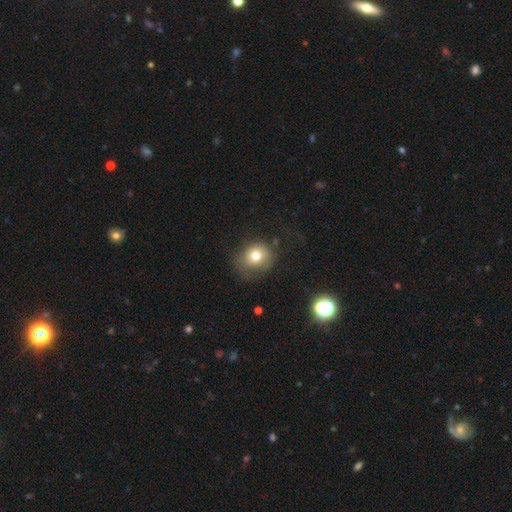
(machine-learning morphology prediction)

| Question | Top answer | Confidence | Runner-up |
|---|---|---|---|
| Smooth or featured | smooth | 74% | featured or disk (15%) |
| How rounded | round | 77% | in between (22%) |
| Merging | none | 54% | minor disturbance (25%) |